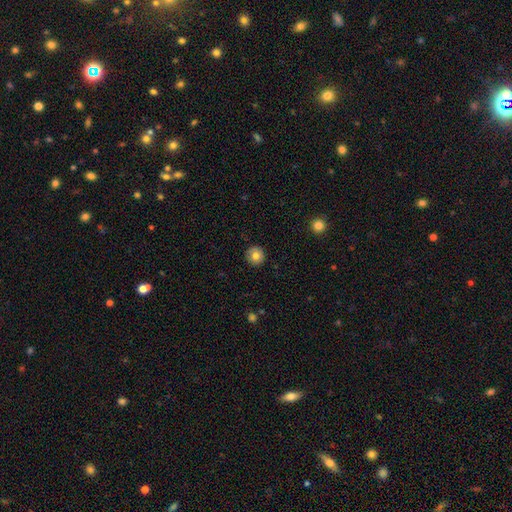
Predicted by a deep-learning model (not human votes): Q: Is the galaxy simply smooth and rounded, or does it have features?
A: smooth — 77%.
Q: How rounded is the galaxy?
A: round — 95%.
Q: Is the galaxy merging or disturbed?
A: none — 90%.